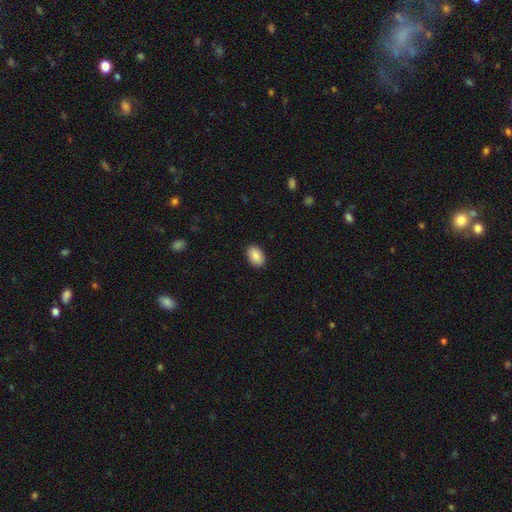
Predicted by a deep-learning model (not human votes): Morphology: type=smooth (88%); roundness=in between (90%); merging=none (89%).